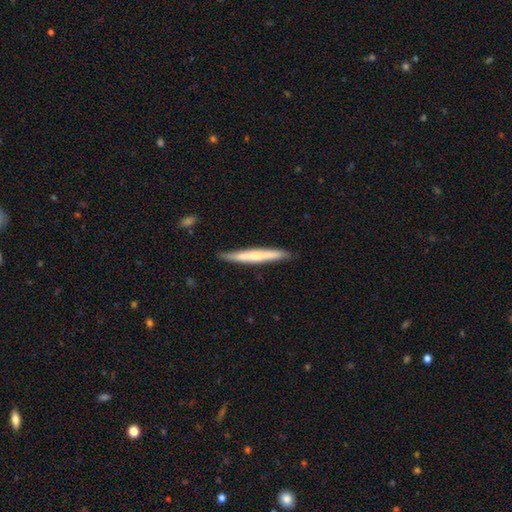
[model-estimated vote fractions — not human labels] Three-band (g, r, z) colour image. It shows a smooth galaxy with no disk features (54%) that is cigar-shaped (96%). Merging: none (88%).